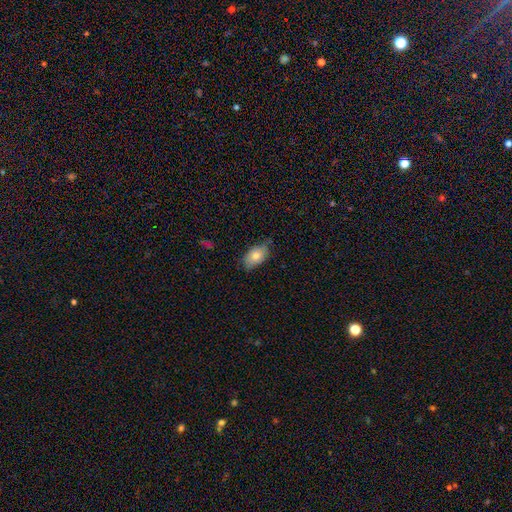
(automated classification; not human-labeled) A smooth galaxy with no disk features (78%) that is in between round and cigar-shaped (90%).

Vote fractions:
- Smooth or featured? smooth: 78% / featured or disk: 15% / star or artifact: 7%
- How rounded? in between: 90% / round: 8% / cigar-shaped: 2%
- Merging? none: 67% / minor disturbance: 27% / major disturbance: 4% / merger: 2%